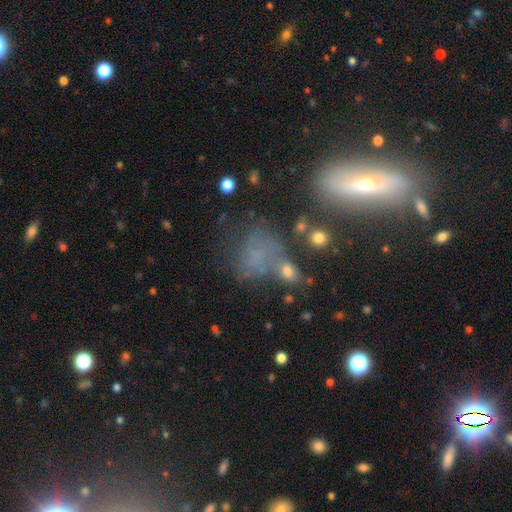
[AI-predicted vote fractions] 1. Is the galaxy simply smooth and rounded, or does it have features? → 44% smooth, 32% featured or disk, 25% star or artifact.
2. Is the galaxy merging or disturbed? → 39% none, 24% major disturbance, 21% minor disturbance, 16% merger.